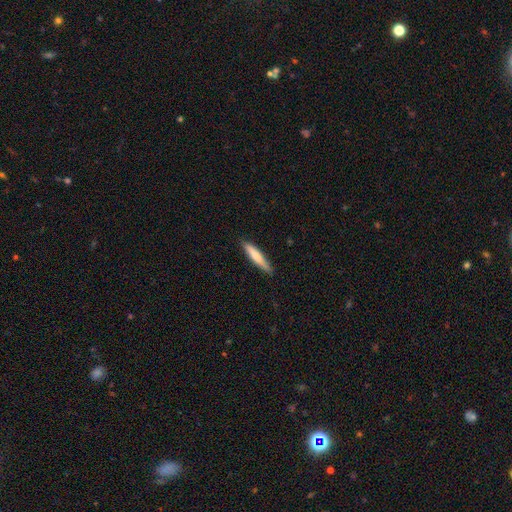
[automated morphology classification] smooth_or_featured: smooth (p=0.70) [alt: featured or disk p=0.25]
how_rounded: cigar-shaped (p=0.89) [alt: in between p=0.10]
merging: none (p=0.88) [alt: minor disturbance p=0.09]